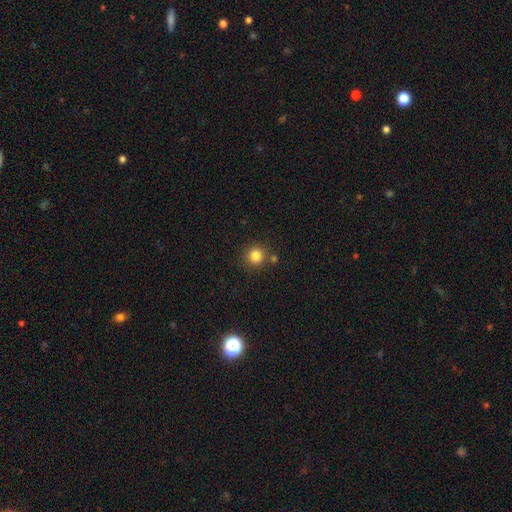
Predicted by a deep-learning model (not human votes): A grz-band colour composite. It shows a smooth galaxy with no disk features (83%) that is round (93%). Merging: none (81%).